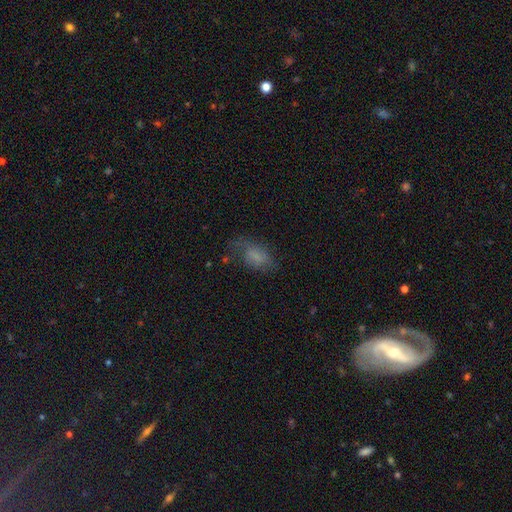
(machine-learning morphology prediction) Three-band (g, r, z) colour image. It shows a smooth galaxy with no disk features (56%) that is in between round and cigar-shaped (87%). Merging: none (45%).